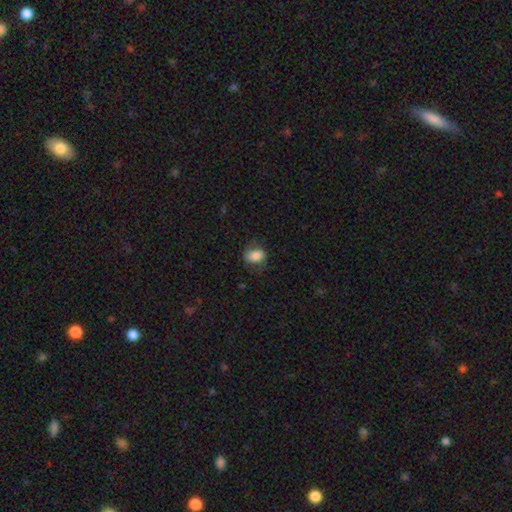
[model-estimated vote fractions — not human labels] Morphology: type=smooth (75%); roundness=in between (76%); merging=none (65%).